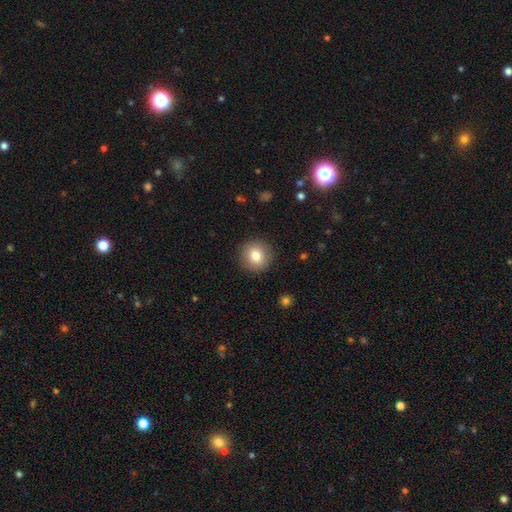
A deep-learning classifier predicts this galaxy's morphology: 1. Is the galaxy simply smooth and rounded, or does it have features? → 81% smooth, 10% featured or disk, 9% star or artifact.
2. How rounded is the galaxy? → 94% round, 5% in between, 1% cigar-shaped.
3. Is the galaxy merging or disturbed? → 91% none, 6% minor disturbance, 2% major disturbance, 1% merger.